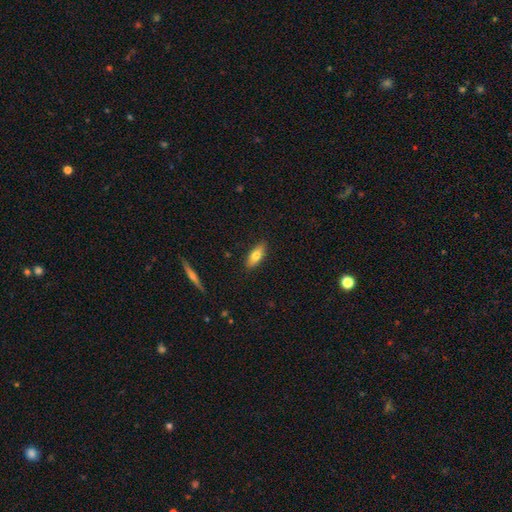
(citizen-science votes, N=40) Smooth or featured? smooth (75%)
How rounded? in between (53%)
Merging? none (95%)